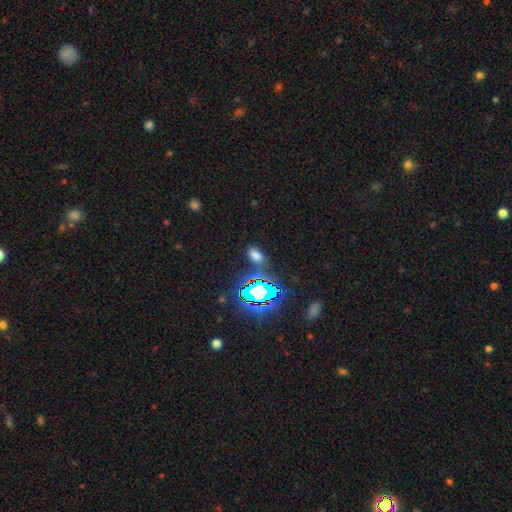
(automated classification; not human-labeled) The model was most divided on "smooth or featured": smooth: 63%, star or artifact: 30%, featured or disk: 7%. More confident: how rounded — in between (88%); merging — none (80%).